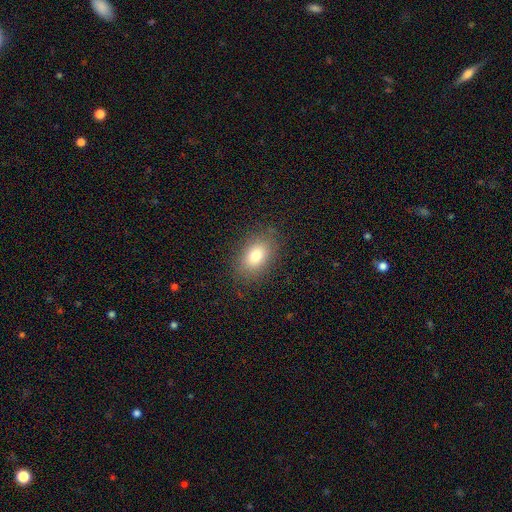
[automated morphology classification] type=smooth (80%); roundness=in between (87%); merging=none (84%).